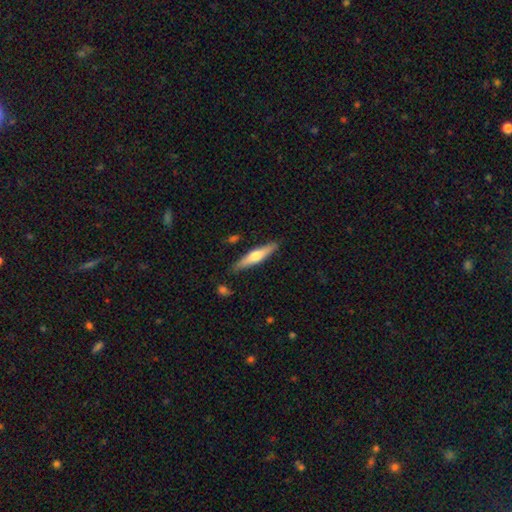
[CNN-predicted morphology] smooth-or-featured: smooth: 48% | featured or disk: 47% | star or artifact: 5%
  merging: none: 86% | minor disturbance: 10% | merger: 2% | major disturbance: 2%